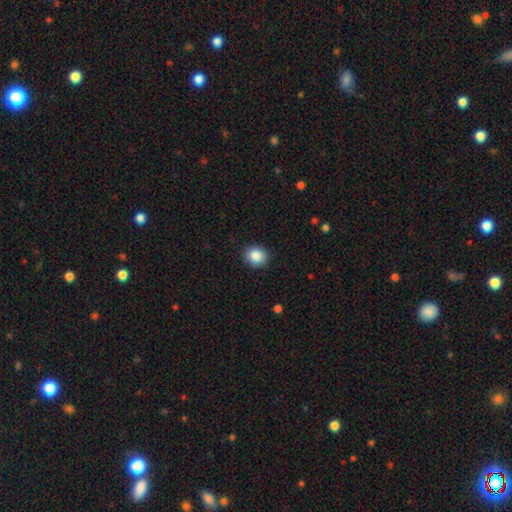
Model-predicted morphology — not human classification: A smooth galaxy with no disk features (88%) that is round (76%). Merging: none (88%).